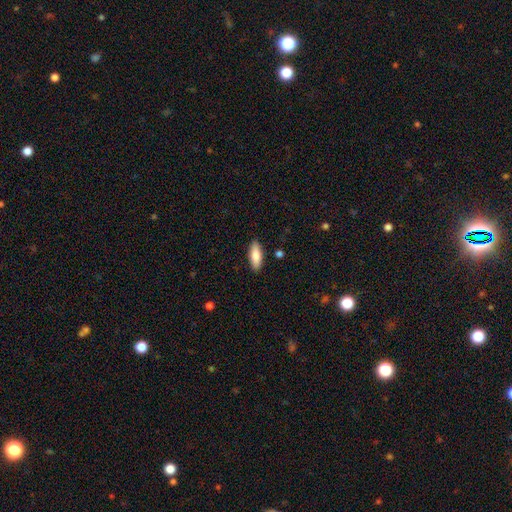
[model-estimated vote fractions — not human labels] This is clearly a smooth galaxy (83%). How rounded: likely in between (66%). Merging: clearly none (89%).